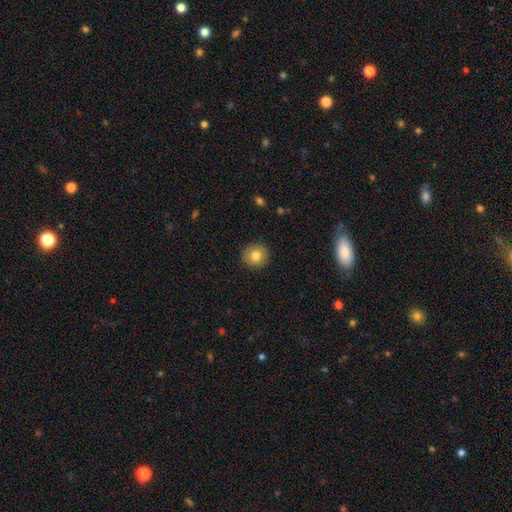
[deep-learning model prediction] Smooth or featured? smooth (80%)
How rounded? round (92%)
Merging? none (91%)